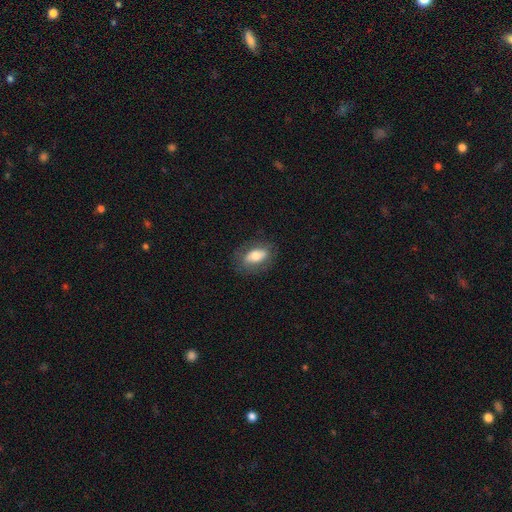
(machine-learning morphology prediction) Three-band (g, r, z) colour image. It shows a smooth galaxy with no disk features (65%) that is in between round and cigar-shaped (86%). Merging: none (77%).